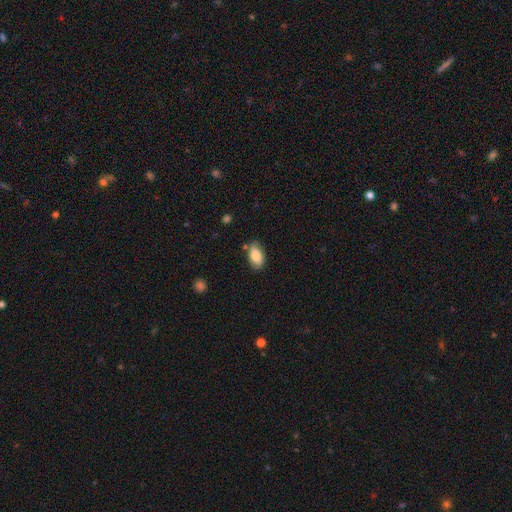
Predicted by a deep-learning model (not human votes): The model was most divided on "merging": none: 71%, minor disturbance: 21%, major disturbance: 4%, merger: 3%. More confident: how rounded — in between (93%); smooth or featured — smooth (81%).